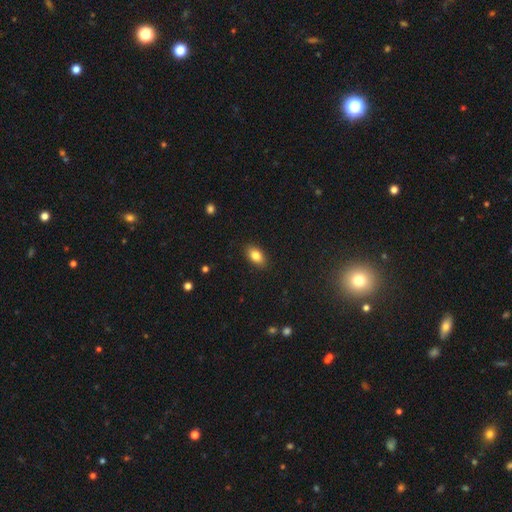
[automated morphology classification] A smooth galaxy with no disk features (83%) that is in between round and cigar-shaped (88%).

Vote fractions:
- Smooth or featured? smooth: 83% / featured or disk: 9% / star or artifact: 8%
- How rounded? in between: 88% / round: 8% / cigar-shaped: 3%
- Merging? none: 88% / minor disturbance: 9% / major disturbance: 2% / merger: 1%